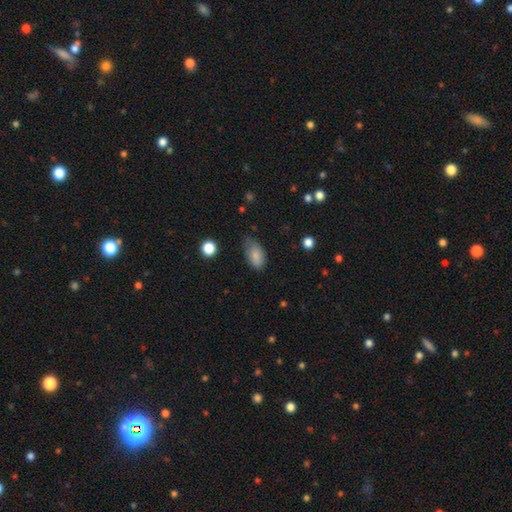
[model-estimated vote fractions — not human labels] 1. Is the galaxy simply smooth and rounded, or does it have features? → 84% smooth, 8% featured or disk, 8% star or artifact.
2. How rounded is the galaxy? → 92% in between, 5% round, 3% cigar-shaped.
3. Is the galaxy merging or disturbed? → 58% none, 33% minor disturbance, 7% major disturbance, 2% merger.